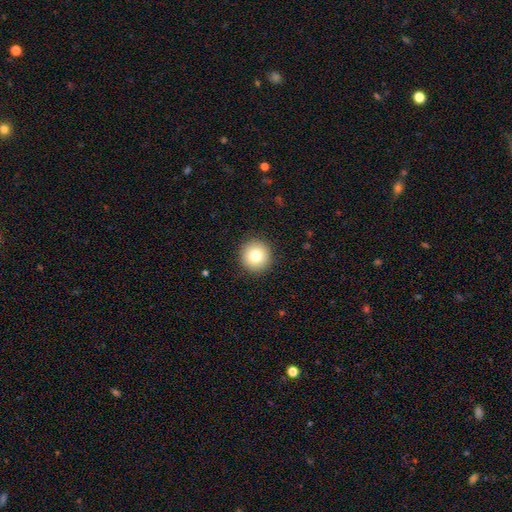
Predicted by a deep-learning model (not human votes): Smooth or featured?
  - smooth: 79% *
  - featured or disk: 10%
  - star or artifact: 10%
How rounded?
  - round: 95% *
  - in between: 4%
  - cigar-shaped: 1%
Merging?
  - none: 92% *
  - minor disturbance: 5%
  - major disturbance: 2%
  - merger: 1%